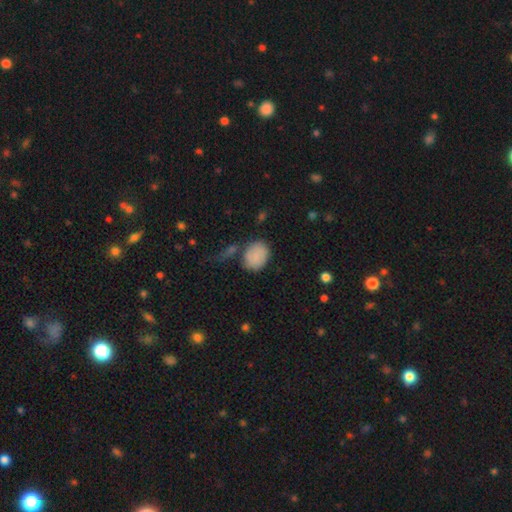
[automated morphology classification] Smooth or featured? Predicted: smooth (p=0.83). How rounded? Predicted: in between (p=0.56). Merging? Predicted: none (p=0.62).